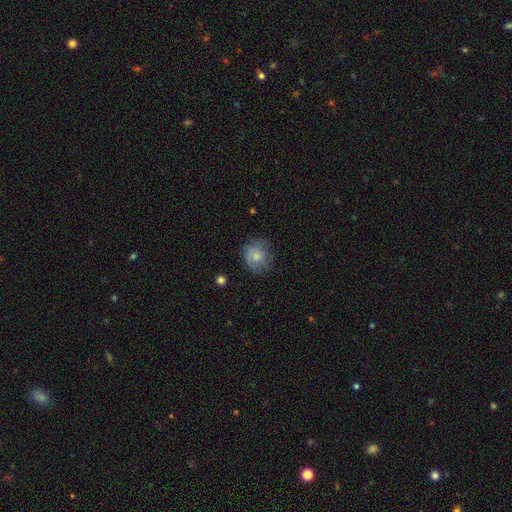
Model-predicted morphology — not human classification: This appears to be a smooth galaxy with no disk features (76%) that is round (76%). Merging: none (69%).